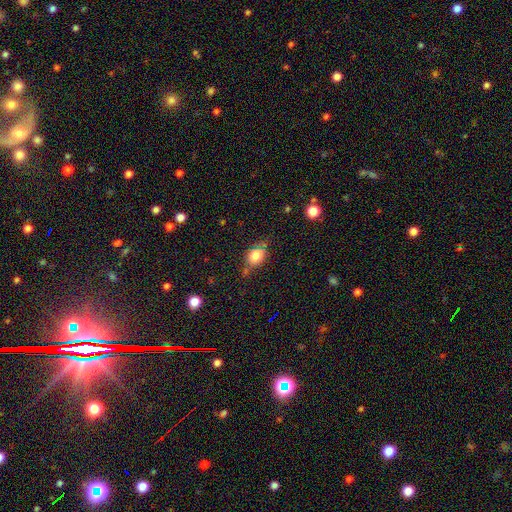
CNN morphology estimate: Smooth or featured? Predicted: smooth (p=0.76). How rounded? Predicted: in between (p=0.59). Merging? Predicted: none (p=0.66).